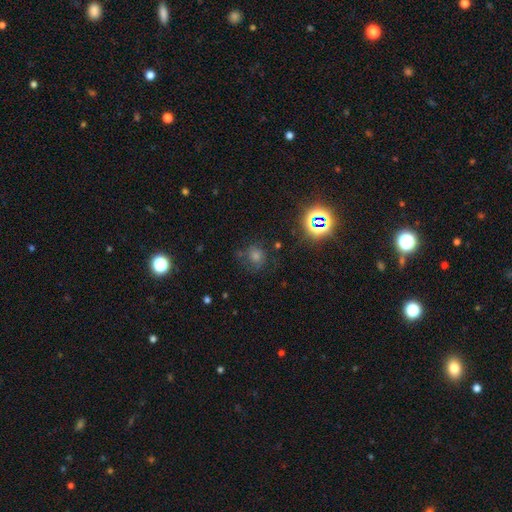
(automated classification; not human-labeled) Morphology: type=star or artifact (43%, tied with smooth).